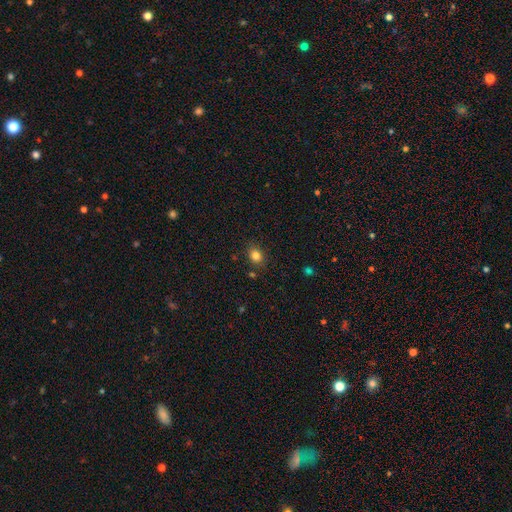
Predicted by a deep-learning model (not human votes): Smooth or featured?
  - smooth: 83% *
  - star or artifact: 12%
  - featured or disk: 5%
How rounded?
  - in between: 52% *
  - round: 47%
  - cigar-shaped: 1%
Merging?
  - none: 84% *
  - minor disturbance: 10%
  - major disturbance: 3%
  - merger: 3%